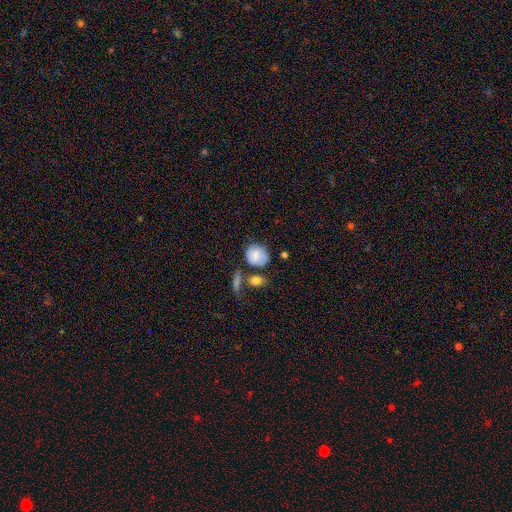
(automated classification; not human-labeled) A smooth galaxy with no disk features (78%) that is round (70%). Merging: none (55%).